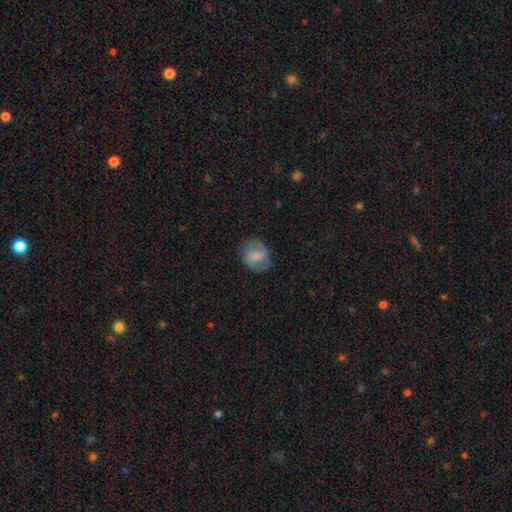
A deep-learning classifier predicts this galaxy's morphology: type=smooth (56%); roundness=round (68%); merging=none (72%).